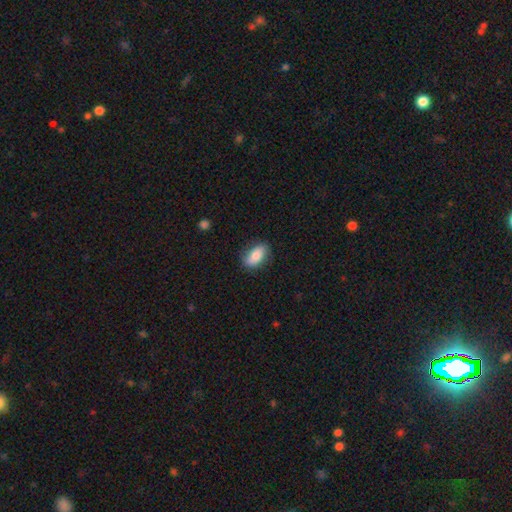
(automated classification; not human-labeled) A smooth galaxy with no disk features (78%) that is in between round and cigar-shaped (89%).

Vote fractions:
- Smooth or featured? smooth: 78% / featured or disk: 15% / star or artifact: 7%
- How rounded? in between: 89% / round: 7% / cigar-shaped: 4%
- Merging? none: 78% / minor disturbance: 17% / major disturbance: 4% / merger: 1%